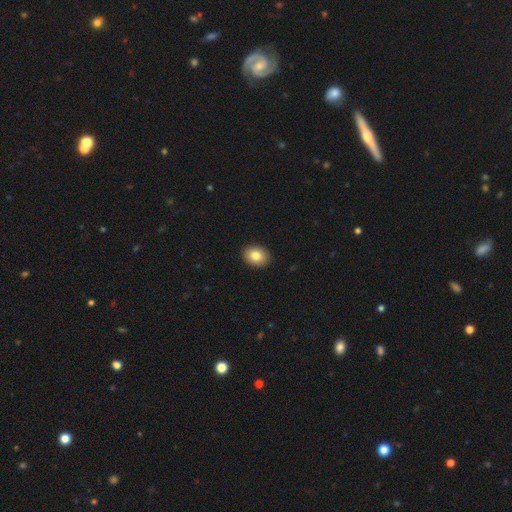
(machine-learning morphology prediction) This is clearly a smooth galaxy (83%). How rounded: possibly in between (57%). Merging: clearly none (91%).